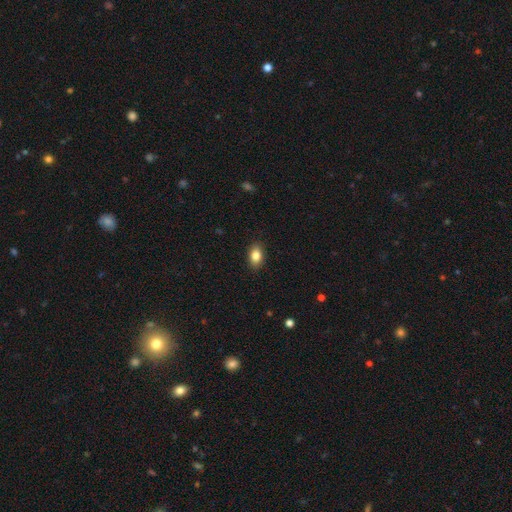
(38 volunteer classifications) Smooth or featured? 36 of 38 (95%) said smooth. How rounded? 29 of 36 (81%) said in between. Merging? 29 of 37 (78%) said none.